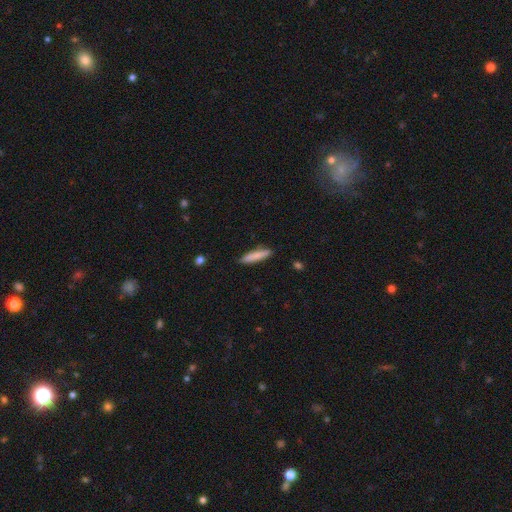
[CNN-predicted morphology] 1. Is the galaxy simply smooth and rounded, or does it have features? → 82% smooth, 13% featured or disk, 6% star or artifact.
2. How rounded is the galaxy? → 86% cigar-shaped, 13% in between, 1% round.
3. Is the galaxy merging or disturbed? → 87% none, 10% minor disturbance, 2% major disturbance, 2% merger.